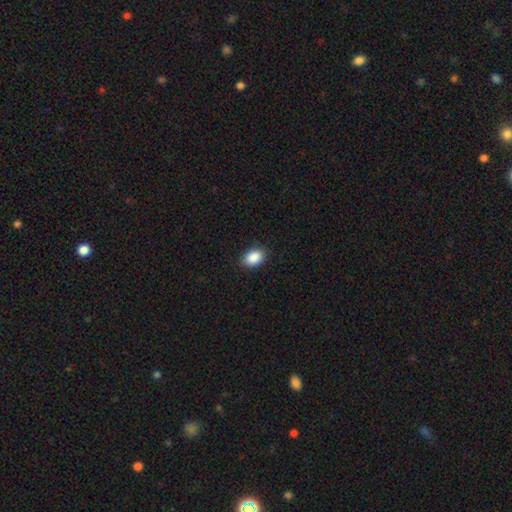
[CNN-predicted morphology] A smooth galaxy with no disk features (89%) that is in between round and cigar-shaped (83%).

Vote fractions:
- Smooth or featured? smooth: 89% / star or artifact: 8% / featured or disk: 3%
- How rounded? in between: 83% / round: 16% / cigar-shaped: 1%
- Merging? none: 86% / minor disturbance: 11% / major disturbance: 2% / merger: 1%